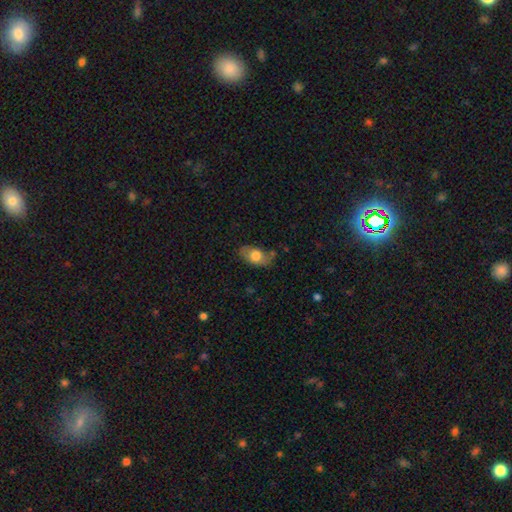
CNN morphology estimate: smooth_or_featured: smooth (p=0.71) [alt: featured or disk p=0.22]
how_rounded: in between (p=0.89) [alt: round p=0.08]
merging: none (p=0.63) [alt: minor disturbance p=0.25]